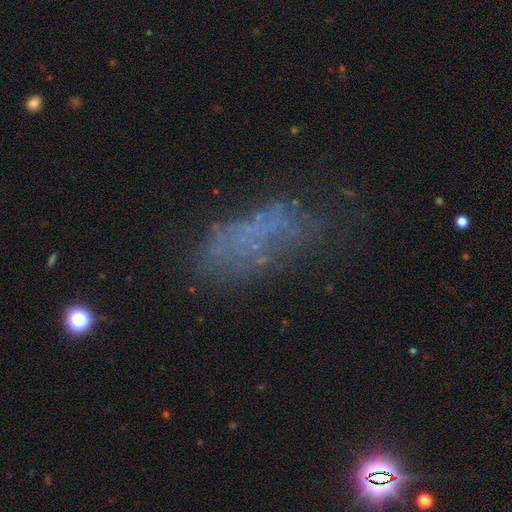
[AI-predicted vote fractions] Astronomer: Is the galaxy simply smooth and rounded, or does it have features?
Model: smooth — 44% (runner-up: featured or disk, 34%).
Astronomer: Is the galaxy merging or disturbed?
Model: none — 48% (runner-up: major disturbance, 24%).